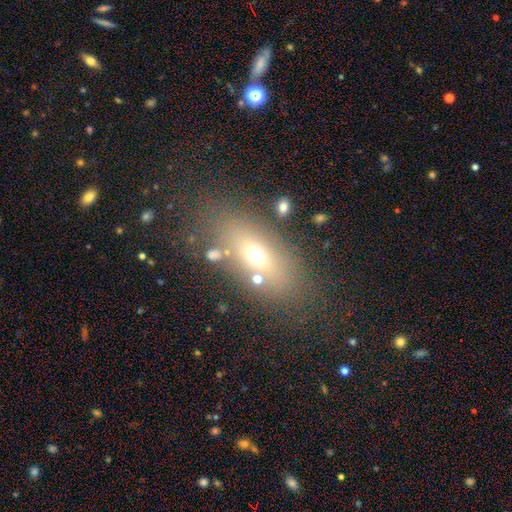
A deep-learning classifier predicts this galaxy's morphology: This is likely a smooth galaxy (60%). How rounded: likely in between (77%). Merging: likely none (72%).